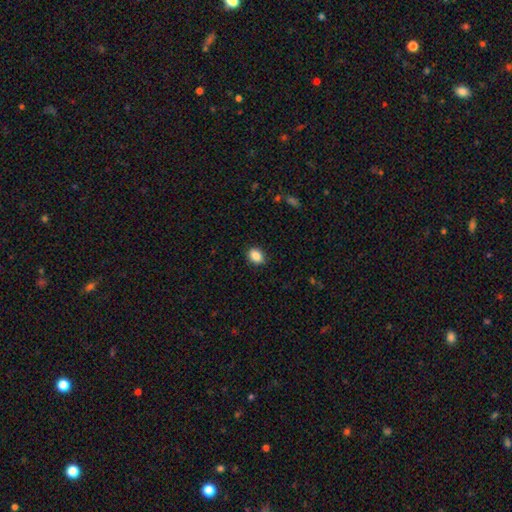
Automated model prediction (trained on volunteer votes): This is clearly a smooth galaxy (87%). How rounded: likely in between (61%). Merging: clearly none (88%).